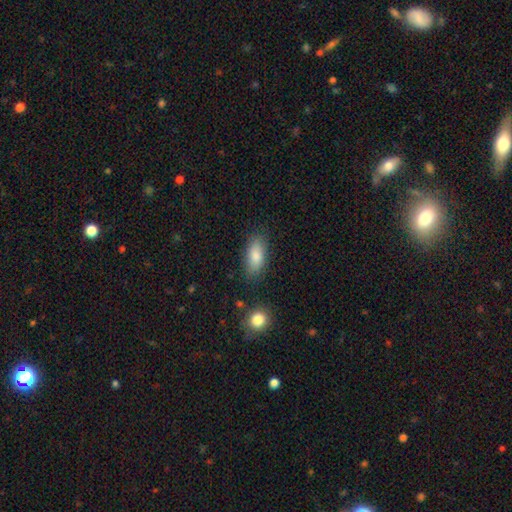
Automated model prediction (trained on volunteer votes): A smooth galaxy with no disk features (83%) that is in between round and cigar-shaped (84%). Merging: none (83%).